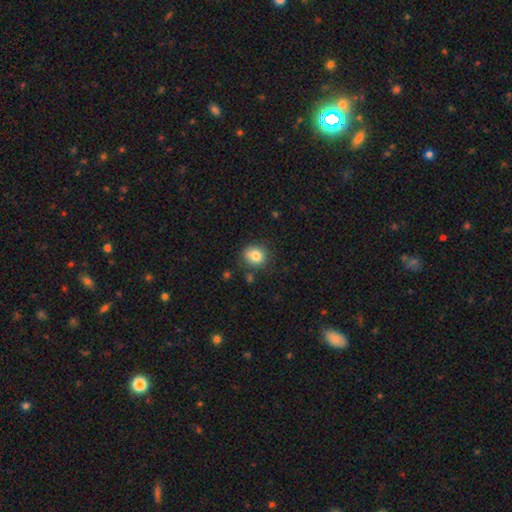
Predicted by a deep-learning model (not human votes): Smooth or featured: smooth — 82% (star or artifact — 10%)
How rounded: round — 77% (in between — 22%)
Merging: none — 79% (minor disturbance — 14%)